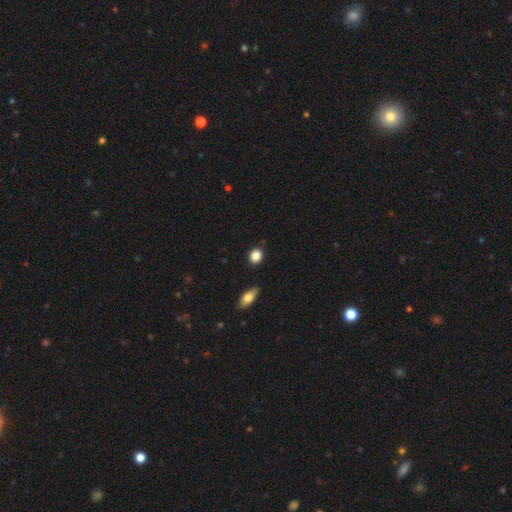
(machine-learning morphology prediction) A smooth galaxy with no disk features (87%) that is round (77%). Merging: none (88%).